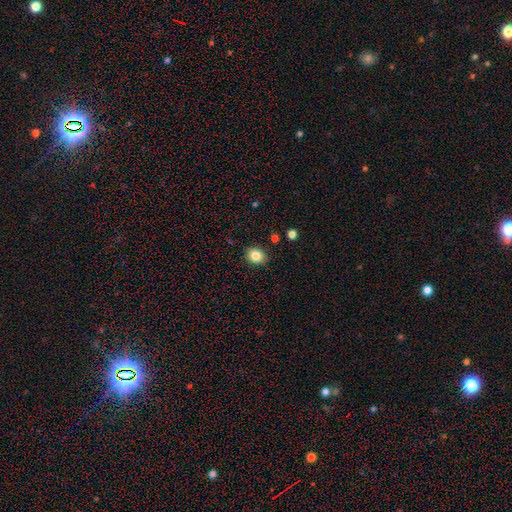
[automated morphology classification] Smooth or featured?
  - smooth: 83% *
  - star or artifact: 10%
  - featured or disk: 6%
How rounded?
  - round: 61% *
  - in between: 39%
  - cigar-shaped: 1%
Merging?
  - none: 88% *
  - minor disturbance: 9%
  - major disturbance: 2%
  - merger: 2%